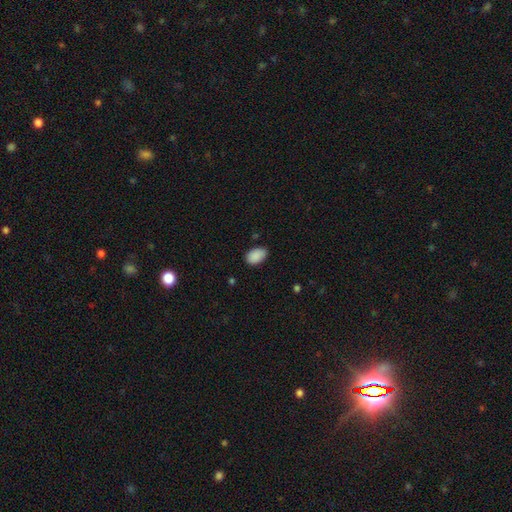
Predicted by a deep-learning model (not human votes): smooth_or_featured: smooth (p=0.90) [alt: star or artifact p=0.07]
how_rounded: in between (p=0.89) [alt: round p=0.10]
merging: none (p=0.81) [alt: minor disturbance p=0.15]